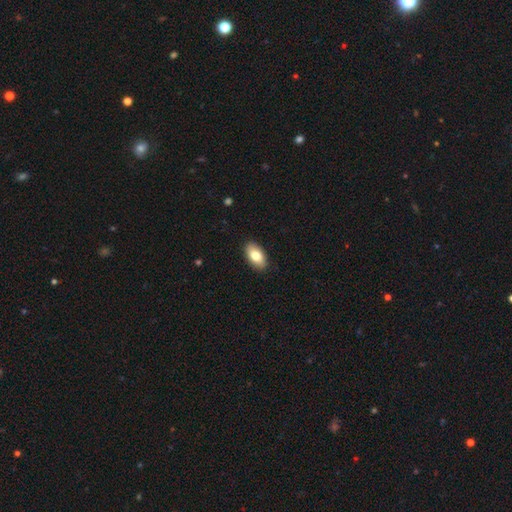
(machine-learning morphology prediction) type=smooth (80%); roundness=in between (93%); merging=none (90%).